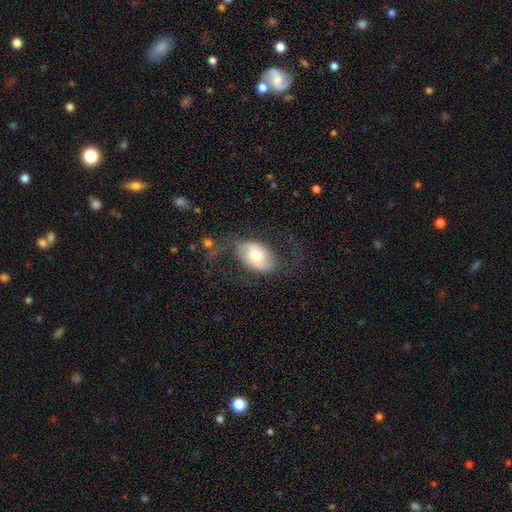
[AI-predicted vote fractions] Overall: featured or disk (54%; smooth 40%). Edge-on disk: no (94%). Bar: no (59%; weak 28%). Spiral arms: yes (73%). Bulge size: moderate (67%). Merging: none (61%).